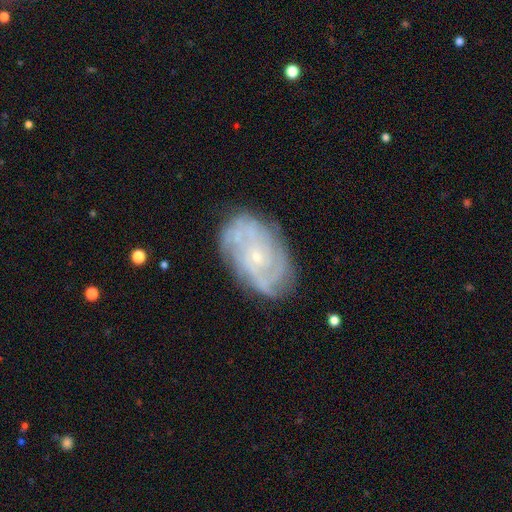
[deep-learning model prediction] smooth_or_featured: featured or disk (p=0.80) [alt: smooth p=0.13]
disk_edge_on: no (p=0.96) [alt: yes p=0.04]
bar: no (p=0.77) [alt: weak p=0.19]
has_spiral_arms: yes (p=0.91) [alt: no p=0.09]
spiral_winding: tight (p=0.65) [alt: medium p=0.27]
spiral_arm_count: can't tell (p=0.41) [alt: 2 p=0.16]
bulge_size: small (p=0.83) [alt: moderate p=0.13]
merging: none (p=0.78) [alt: minor disturbance p=0.16]